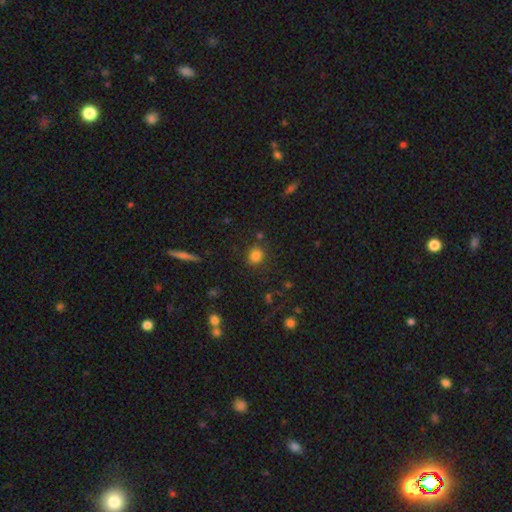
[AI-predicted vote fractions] smooth-or-featured: smooth: 81% | star or artifact: 14% | featured or disk: 5%
  how-rounded: round: 77% | in between: 21% | cigar-shaped: 1%
  merging: none: 84% | minor disturbance: 9% | major disturbance: 4% | merger: 3%